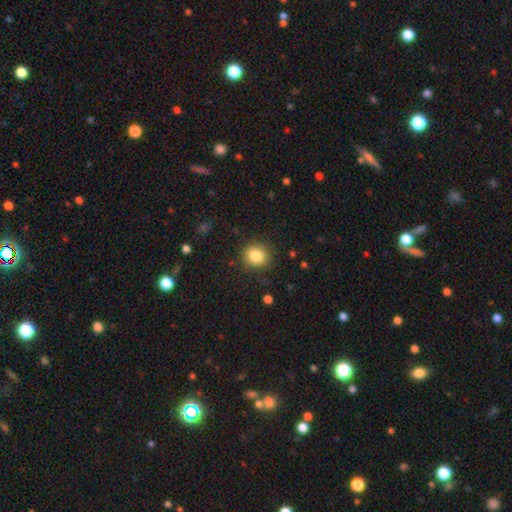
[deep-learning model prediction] Overall: smooth (84%). How rounded: round (85%). Merging: none (85%).